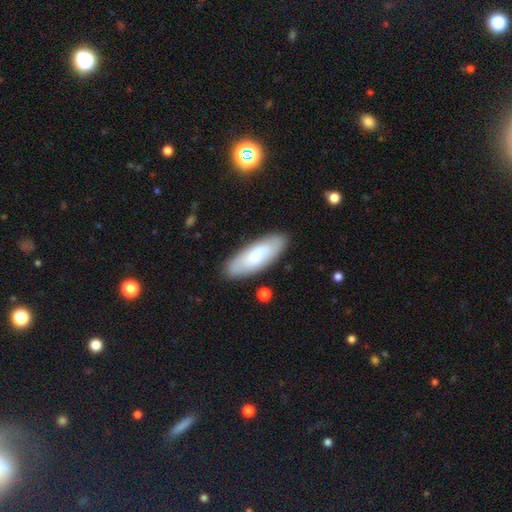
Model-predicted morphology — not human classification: Overall: smooth (64%; featured or disk 30%). How rounded: in between (68%; cigar-shaped 31%). Merging: none (86%).